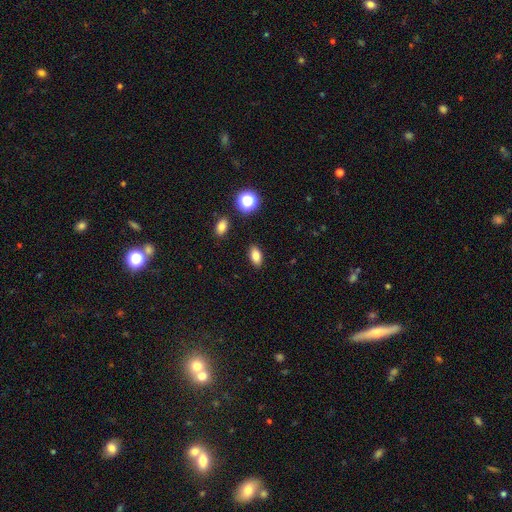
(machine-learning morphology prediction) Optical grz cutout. It shows a smooth galaxy with no disk features (82%) that is in between round and cigar-shaped (88%). Merging: none (88%).